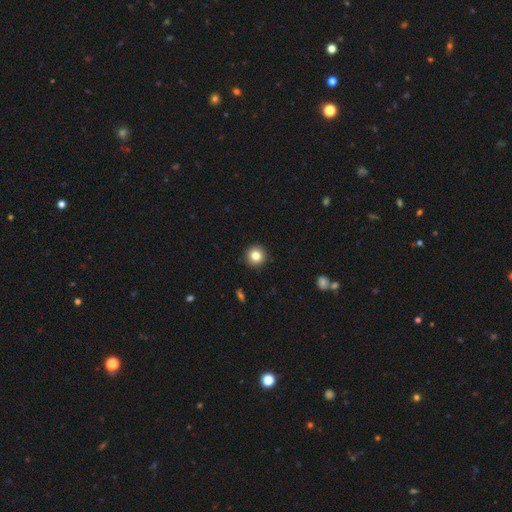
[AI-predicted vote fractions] Smooth or featured?
  - smooth: 82% *
  - star or artifact: 11%
  - featured or disk: 7%
How rounded?
  - round: 95% *
  - in between: 4%
  - cigar-shaped: 1%
Merging?
  - none: 93% *
  - minor disturbance: 5%
  - major disturbance: 1%
  - merger: 1%